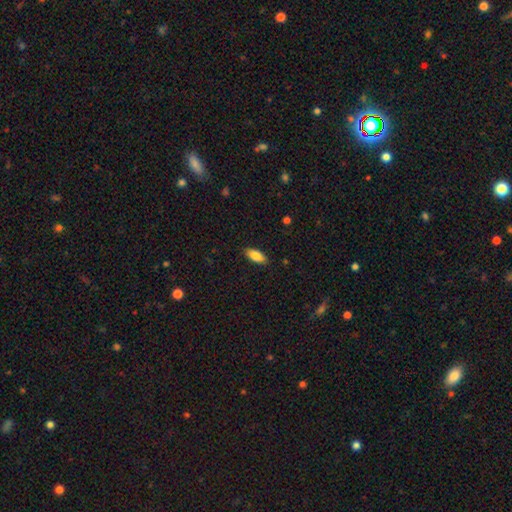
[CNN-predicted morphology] smooth 84%, featured or disk 10%, star or artifact 7%. Down the decision tree: how rounded — in between (86%); merging — none (88%).